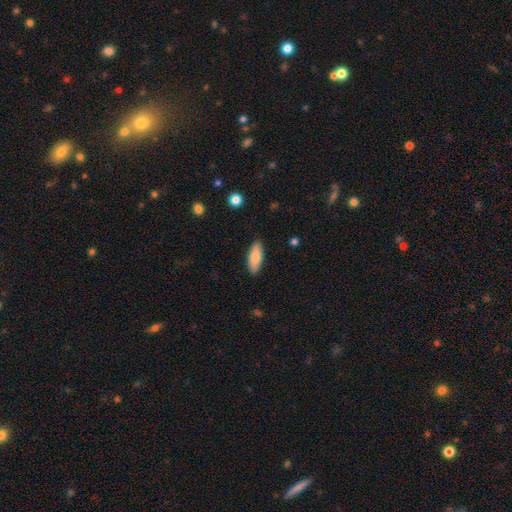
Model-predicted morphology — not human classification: The model was most divided on "how rounded": in between: 70%, cigar-shaped: 28%, round: 2%. More confident: merging — none (89%); smooth or featured — smooth (84%).